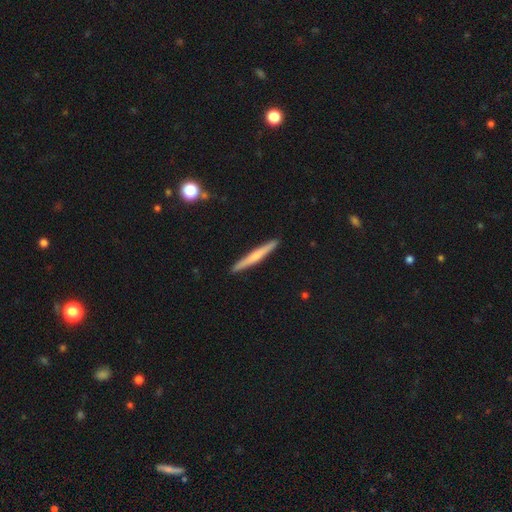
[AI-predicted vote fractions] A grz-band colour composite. It shows a smooth galaxy with no disk features (49%). Merging: none (92%).